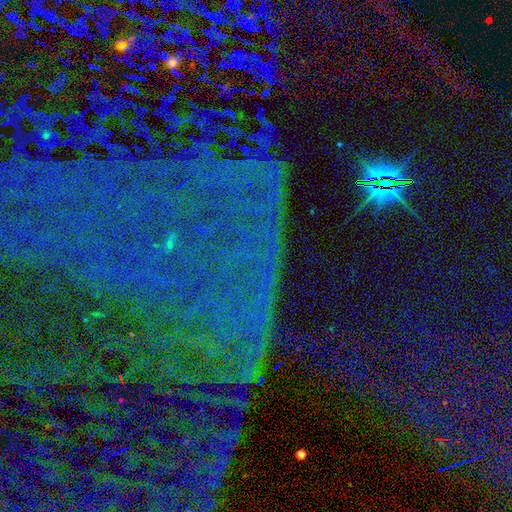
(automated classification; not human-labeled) smooth_or_featured: star or artifact (p=0.84) [alt: featured or disk p=0.08]